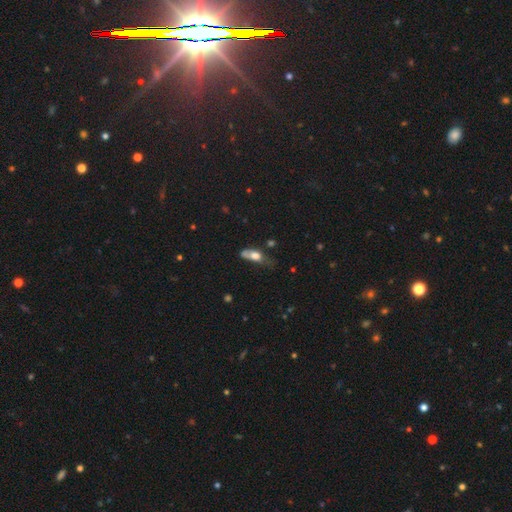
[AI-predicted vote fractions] The model was most divided on "merging": major disturbance: 33%, minor disturbance: 29%, none: 24%, merger: 13%. More confident: how rounded — in between (73%); smooth or featured — smooth (64%).